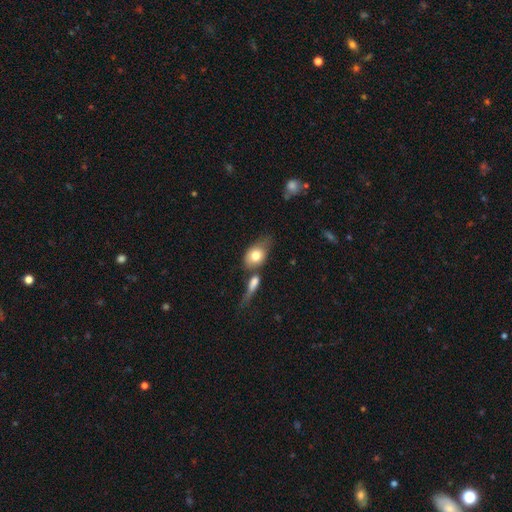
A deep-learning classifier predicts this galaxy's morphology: Smooth or featured? Predicted: smooth (p=0.74). How rounded? Predicted: in between (p=0.76). Merging? Predicted: merger (p=0.35, tied with none).